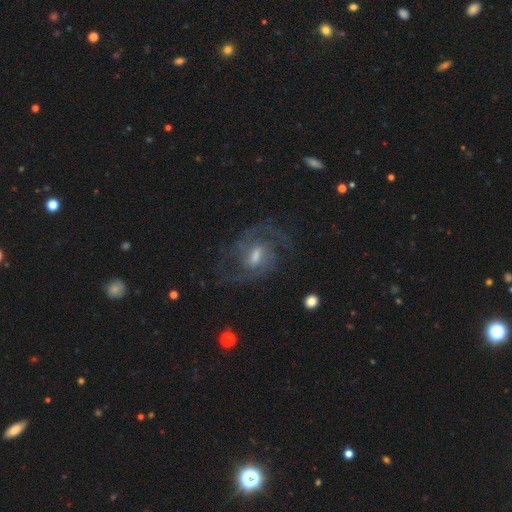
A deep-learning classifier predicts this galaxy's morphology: featured or disk 85%, smooth 8%, star or artifact 7%. Down the decision tree: edge-on disk — no (97%); bar — weak (60%); spiral arms — yes (95%); spiral arm count — 2 (69%); spiral winding — medium (54%); bulge size — moderate (50%); merging — none (71%).